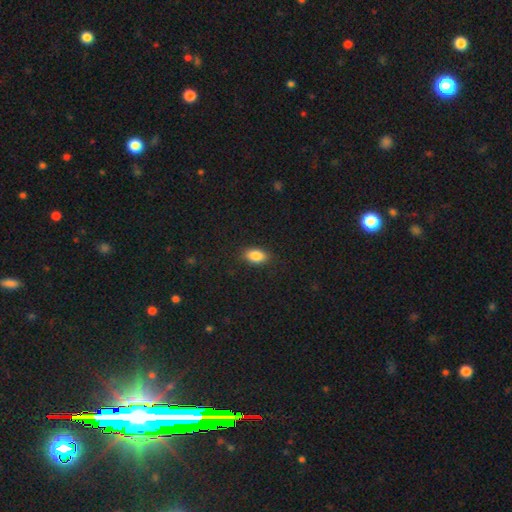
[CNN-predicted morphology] This is clearly a smooth galaxy (87%). How rounded: clearly in between (90%). Merging: clearly none (87%).